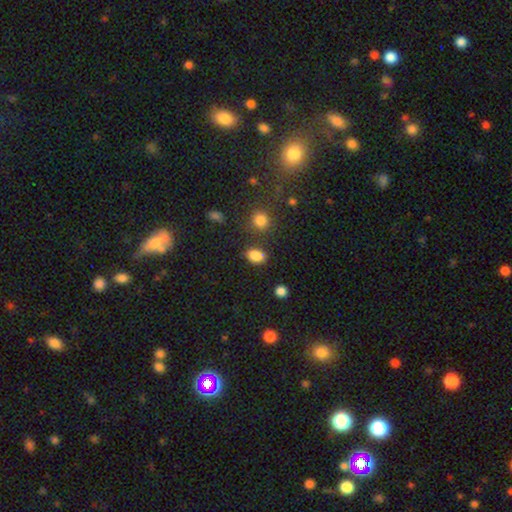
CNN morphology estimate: This appears to be a smooth galaxy with no disk features (83%) that is in between round and cigar-shaped (70%). Merging: none (72%).